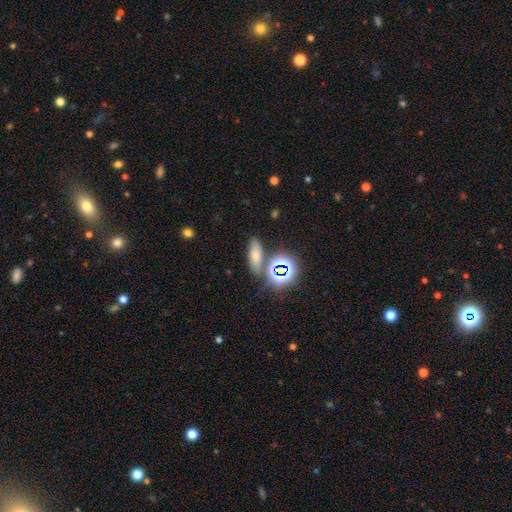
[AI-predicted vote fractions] Smooth or featured? Predicted: smooth (p=0.62). How rounded? Predicted: in between (p=0.63). Merging? Predicted: none (p=0.73).